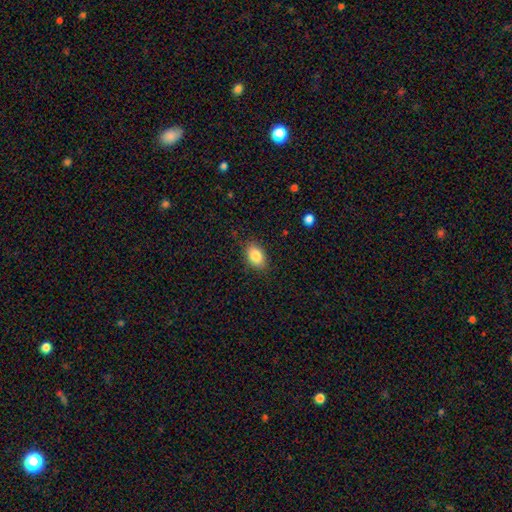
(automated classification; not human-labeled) Smooth or featured? smooth (85%)
How rounded? in between (87%)
Merging? none (84%)